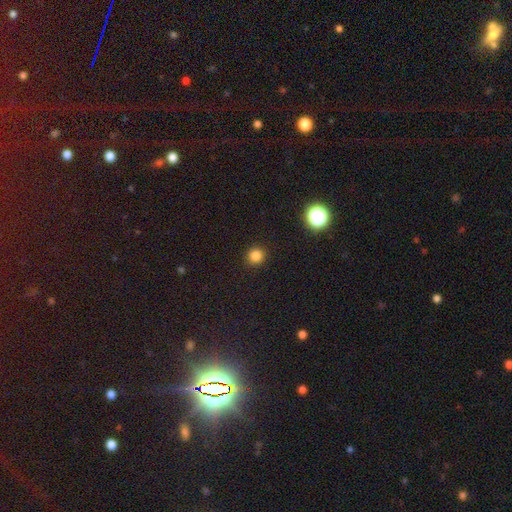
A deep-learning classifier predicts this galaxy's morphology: smooth-or-featured: smooth: 83% | star or artifact: 14% | featured or disk: 3%
  how-rounded: round: 94% | in between: 5% | cigar-shaped: 1%
  merging: none: 92% | minor disturbance: 5% | major disturbance: 2% | merger: 1%